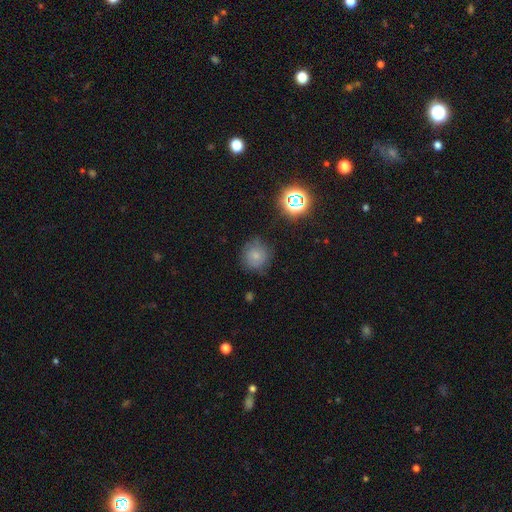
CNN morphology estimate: smooth 69%, star or artifact 16%, featured or disk 15%. Down the decision tree: how rounded — round (90%); merging — none (75%).